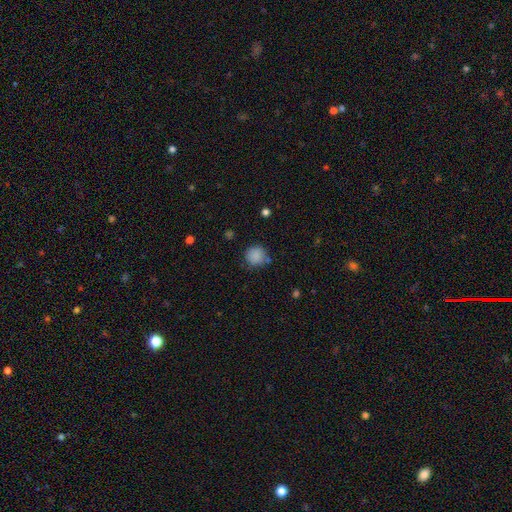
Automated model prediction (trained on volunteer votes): smooth_or_featured: smooth (p=0.86) [alt: star or artifact p=0.09]
how_rounded: round (p=0.89) [alt: in between p=0.10]
merging: none (p=0.72) [alt: minor disturbance p=0.19]